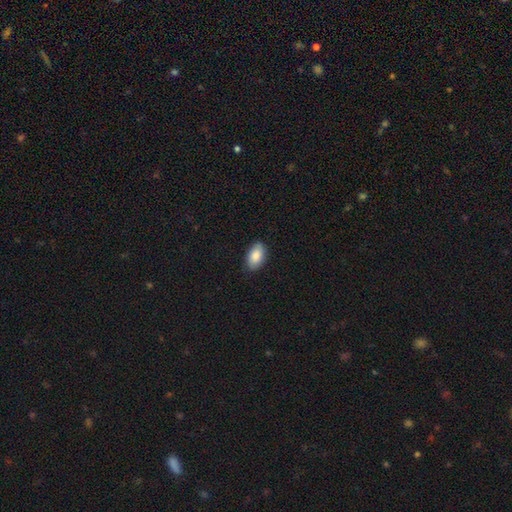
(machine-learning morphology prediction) A smooth galaxy with no disk features (86%) that is in between round and cigar-shaped (93%).

Vote fractions:
- Smooth or featured? smooth: 86% / featured or disk: 7% / star or artifact: 6%
- How rounded? in between: 93% / round: 5% / cigar-shaped: 2%
- Merging? none: 86% / minor disturbance: 11% / major disturbance: 2% / merger: 1%